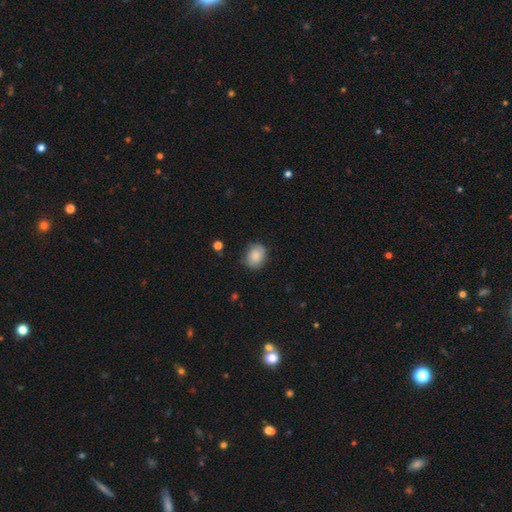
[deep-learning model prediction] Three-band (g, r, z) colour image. It shows a smooth galaxy with no disk features (85%) that is round (52%). Merging: none (74%).